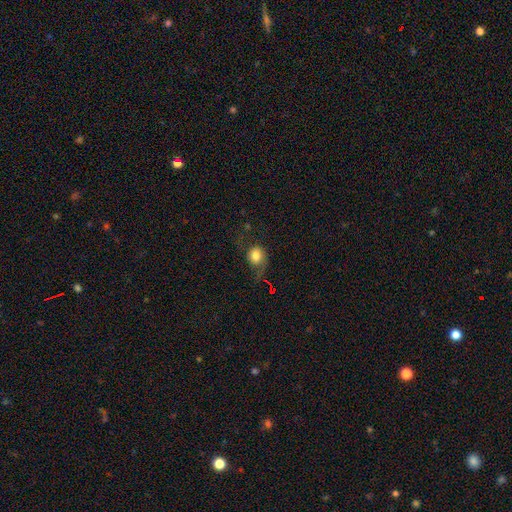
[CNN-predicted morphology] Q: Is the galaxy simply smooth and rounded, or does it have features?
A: smooth — 63%.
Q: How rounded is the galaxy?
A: round — 70%.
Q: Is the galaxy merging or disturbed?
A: none — 43%.